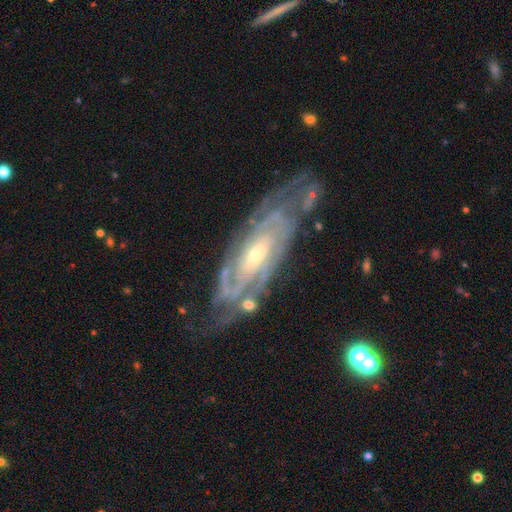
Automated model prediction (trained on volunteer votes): smooth-or-featured: featured or disk: 88% | smooth: 7% | star or artifact: 5%
  disk-edge-on: no: 88% | yes: 12%
    bar: no: 56% | weak: 32% | strong: 12%
    has-spiral-arms: yes: 96% | no: 4%
      spiral-winding: tight: 74% | medium: 21% | loose: 5%
      spiral-arm-count: can't tell: 39% | 2: 20% | 3: 16% | 4: 12% | more than 4: 7% | 1: 5%
    bulge-size: moderate: 50% | small: 43% | large: 4% | none: 1% | dominant: 1%
  merging: none: 67% | minor disturbance: 21% | major disturbance: 9% | merger: 3%